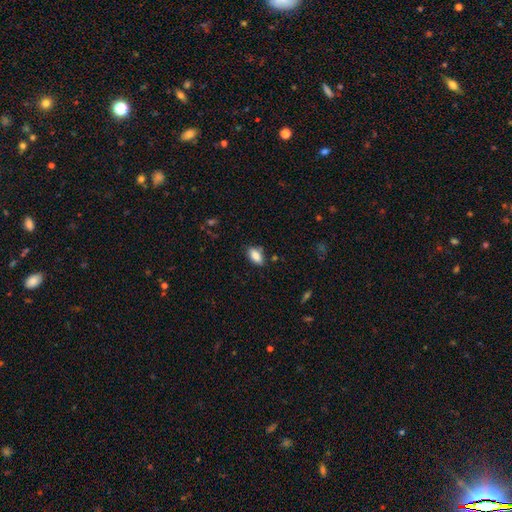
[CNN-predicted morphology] Smooth or featured? Predicted: smooth (p=0.86). How rounded? Predicted: in between (p=0.90). Merging? Predicted: none (p=0.79).